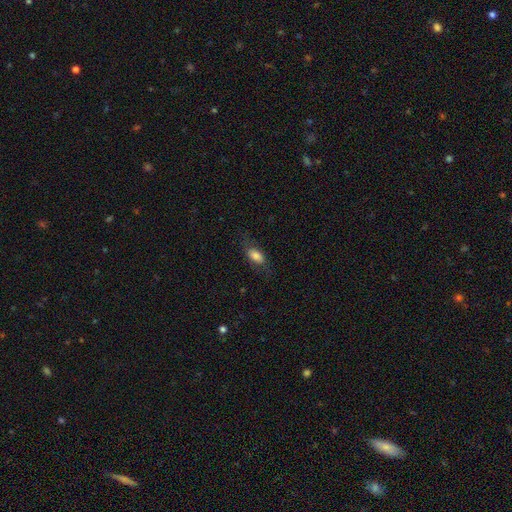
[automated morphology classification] A smooth galaxy with no disk features (75%) that is in between round and cigar-shaped (86%). Merging: none (68%).